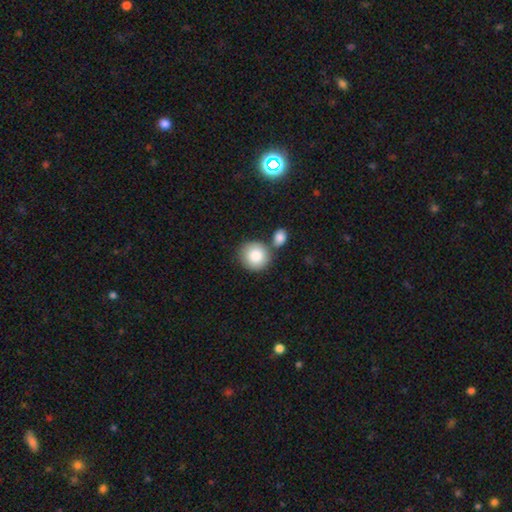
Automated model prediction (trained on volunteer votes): Overall: smooth (85%). How rounded: round (88%). Merging: none (59%; merger 25%).